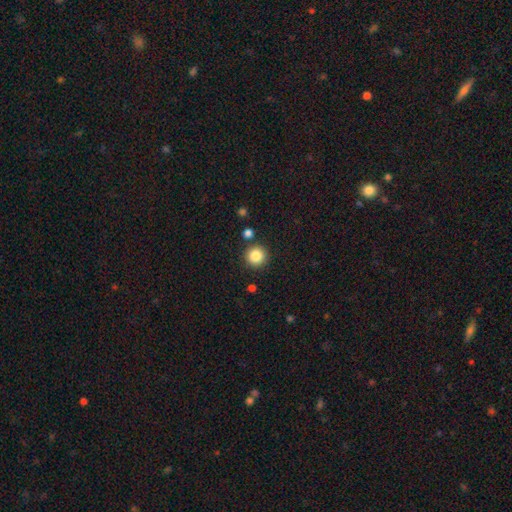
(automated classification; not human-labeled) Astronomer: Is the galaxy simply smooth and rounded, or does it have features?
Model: smooth — 85%.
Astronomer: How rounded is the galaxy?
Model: round — 95%.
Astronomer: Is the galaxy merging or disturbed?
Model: none — 88%.